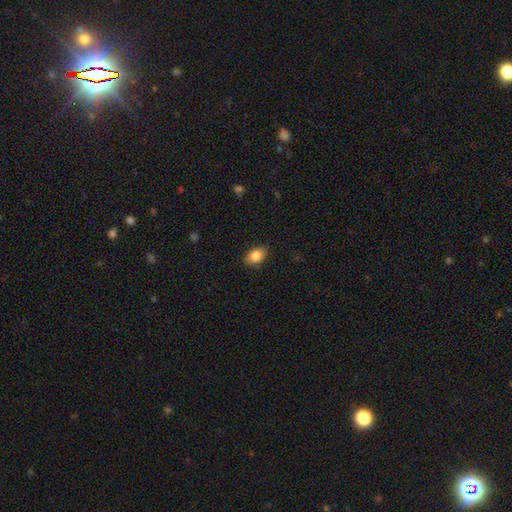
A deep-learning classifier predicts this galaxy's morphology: This appears to be a smooth galaxy with no disk features (85%) that is in between round and cigar-shaped (86%). Merging: none (88%).